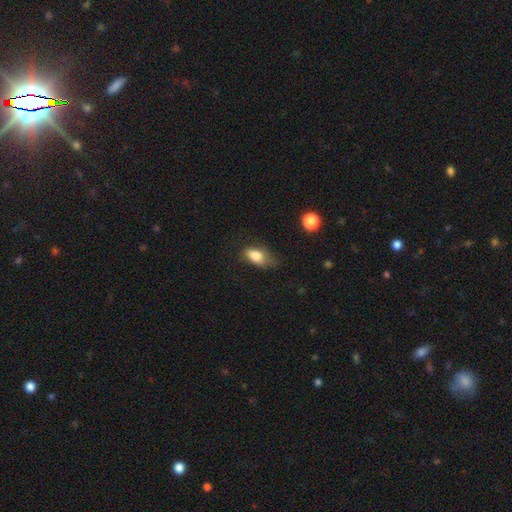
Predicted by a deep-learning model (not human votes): smooth-or-featured: smooth: 80% | featured or disk: 11% | star or artifact: 8%
  how-rounded: in between: 88% | round: 9% | cigar-shaped: 4%
  merging: none: 41% | minor disturbance: 37% | major disturbance: 20% | merger: 2%